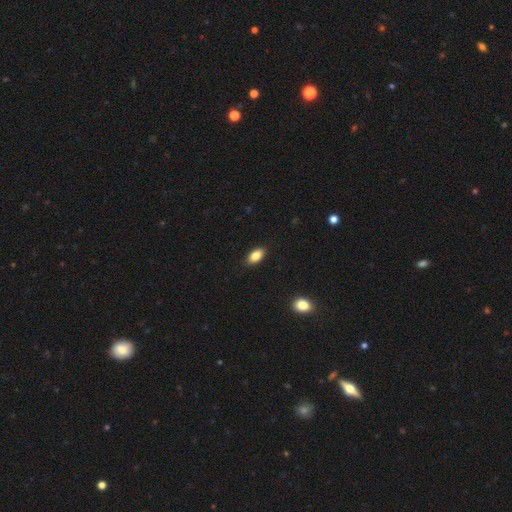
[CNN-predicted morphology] Smooth or featured?
  - smooth: 85% *
  - star or artifact: 8%
  - featured or disk: 7%
How rounded?
  - in between: 91% *
  - round: 5%
  - cigar-shaped: 4%
Merging?
  - none: 89% *
  - minor disturbance: 9%
  - major disturbance: 2%
  - merger: 1%